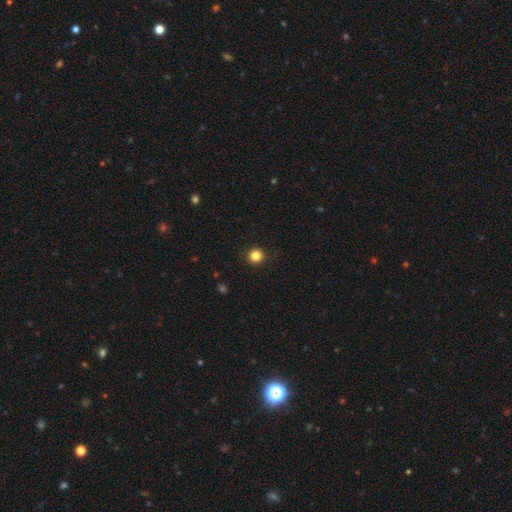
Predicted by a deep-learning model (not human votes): smooth 84%, star or artifact 12%, featured or disk 5%. Down the decision tree: how rounded — round (94%); merging — none (93%).